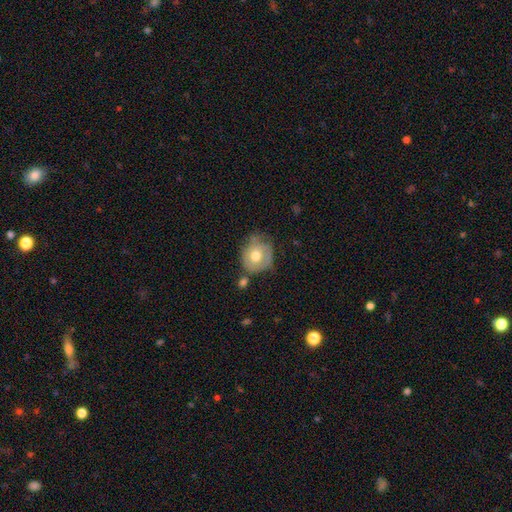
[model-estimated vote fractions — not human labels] This is likely a smooth galaxy (62%). How rounded: likely round (76%). Merging: possibly none (49%).